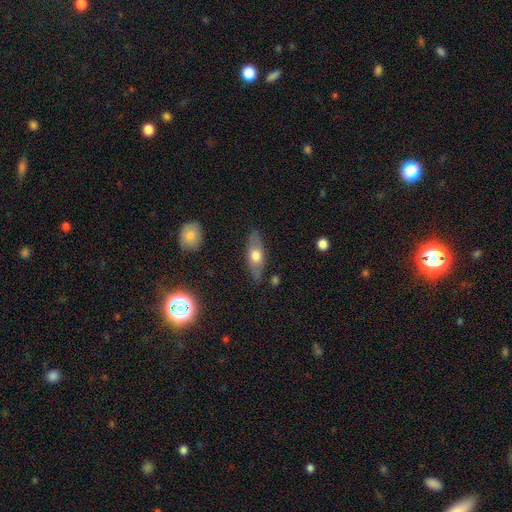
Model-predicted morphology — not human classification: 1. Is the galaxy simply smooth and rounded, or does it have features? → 54% smooth, 40% featured or disk, 6% star or artifact.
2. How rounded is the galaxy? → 67% in between, 28% cigar-shaped, 5% round.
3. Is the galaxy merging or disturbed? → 83% none, 12% minor disturbance, 3% major disturbance, 2% merger.